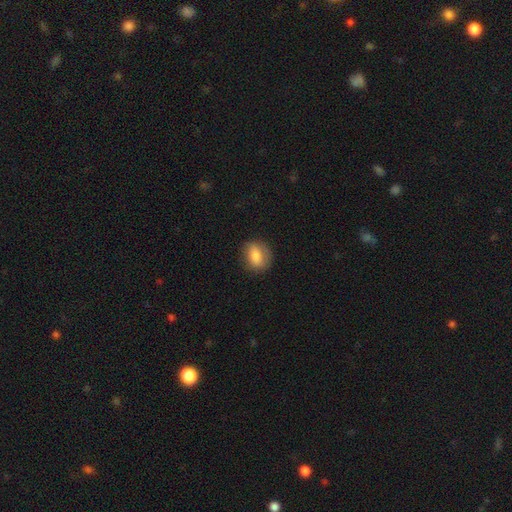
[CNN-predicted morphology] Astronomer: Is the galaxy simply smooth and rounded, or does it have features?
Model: smooth — 80%.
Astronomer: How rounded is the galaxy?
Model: in between — 60% (runner-up: round, 38%).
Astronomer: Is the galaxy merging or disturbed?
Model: none — 80%.